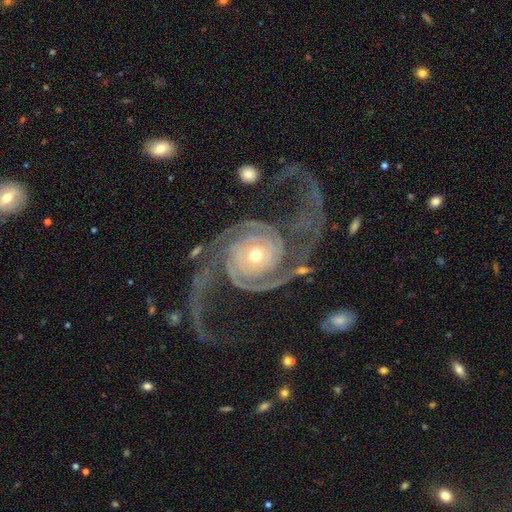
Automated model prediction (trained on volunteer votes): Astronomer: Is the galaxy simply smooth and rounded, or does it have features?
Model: featured or disk — 94%.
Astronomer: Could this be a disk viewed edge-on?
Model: no — 98%.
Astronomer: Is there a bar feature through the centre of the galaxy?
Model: no — 71%.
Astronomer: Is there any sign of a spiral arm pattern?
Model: yes — 99%.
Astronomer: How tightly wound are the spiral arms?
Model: tight — 53% (runner-up: medium, 32%).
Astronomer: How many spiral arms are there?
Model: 2 — 73%.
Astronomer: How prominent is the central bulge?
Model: moderate — 56% (runner-up: small, 38%).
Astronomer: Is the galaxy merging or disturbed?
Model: none — 54%.